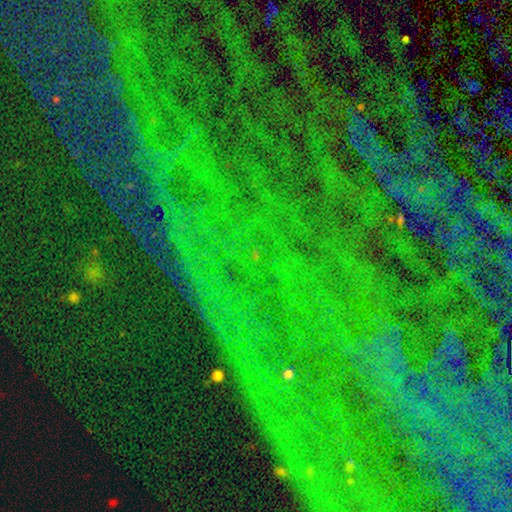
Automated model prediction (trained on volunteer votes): smooth-or-featured: star or artifact: 85% | featured or disk: 8% | smooth: 7%